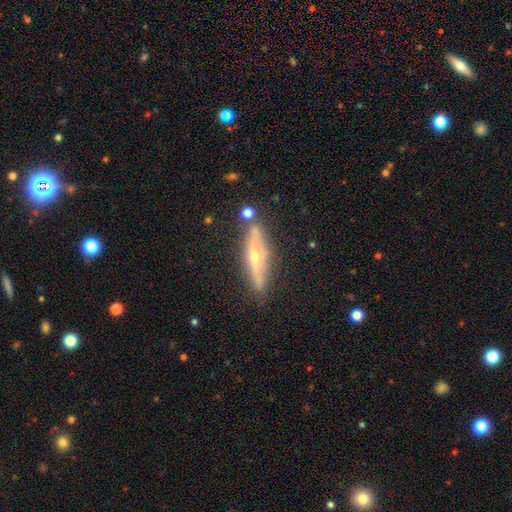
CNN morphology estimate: A featured or disk galaxy (68%) viewed edge-on (86%) with a rounded central bulge (88%). Merging: none (78%).